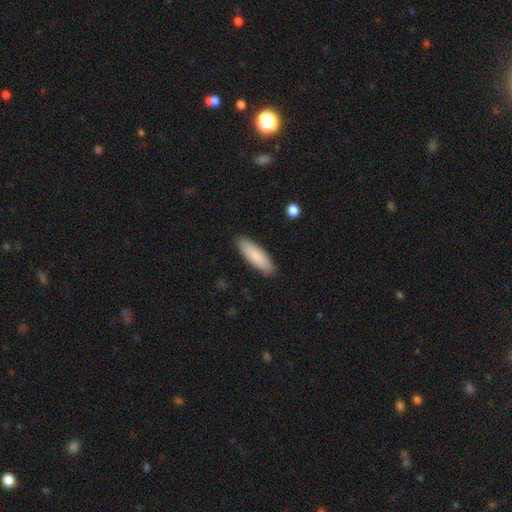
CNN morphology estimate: Overall: smooth (86%). How rounded: cigar-shaped (49%, tied with in between). Merging: none (89%).